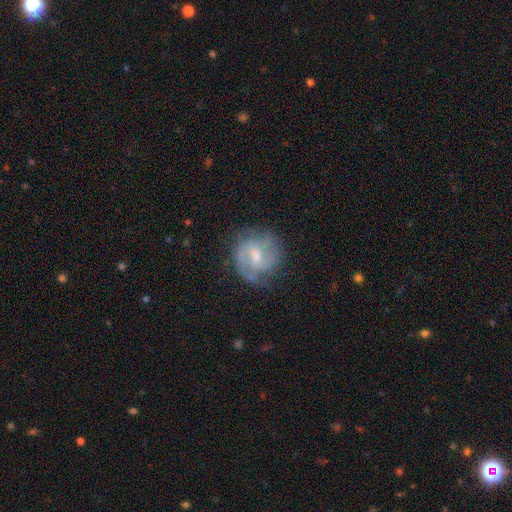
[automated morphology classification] Overall: featured or disk (76%). Edge-on disk: no (97%). Bar: weak (58%; no 26%). Spiral arms: yes (91%). Spiral arm count: 2 (64%). Spiral winding: medium (45%; tight 39%). Bulge size: moderate (51%; small 40%). Merging: none (70%).